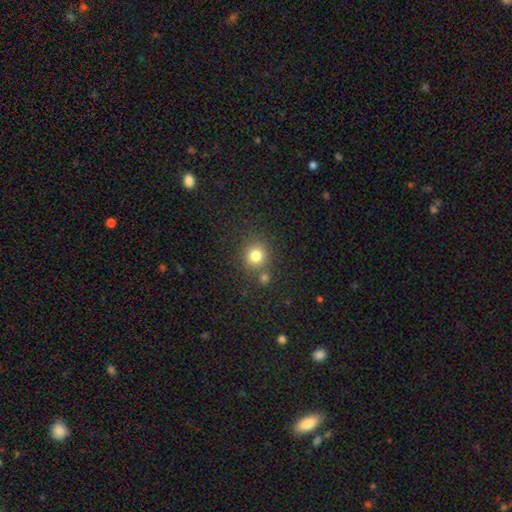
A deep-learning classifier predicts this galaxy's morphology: smooth 80%, star or artifact 13%, featured or disk 7%. Down the decision tree: how rounded — round (88%); merging — none (73%).